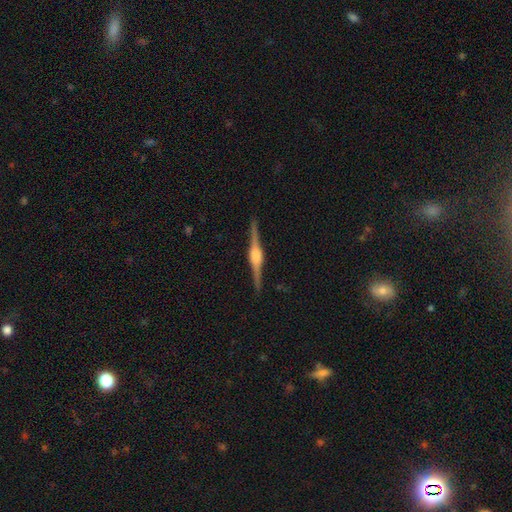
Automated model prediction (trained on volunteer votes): Overall: featured or disk (87%). Edge-on disk: yes (98%). Edge-on bulge: rounded (80%). Merging: none (90%).